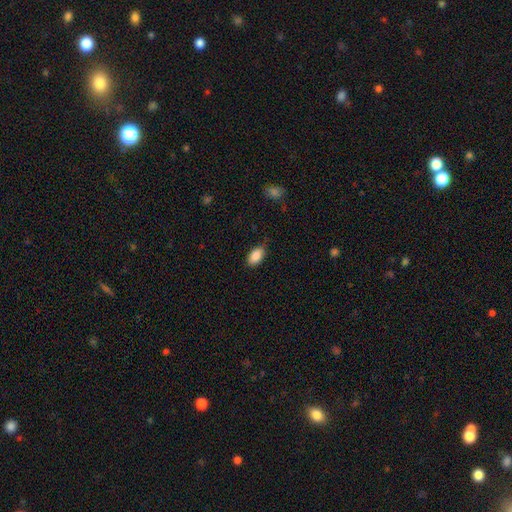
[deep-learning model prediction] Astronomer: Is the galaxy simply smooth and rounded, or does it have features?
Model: smooth — 87%.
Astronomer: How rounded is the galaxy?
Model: in between — 93%.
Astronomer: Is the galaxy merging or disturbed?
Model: none — 80%.